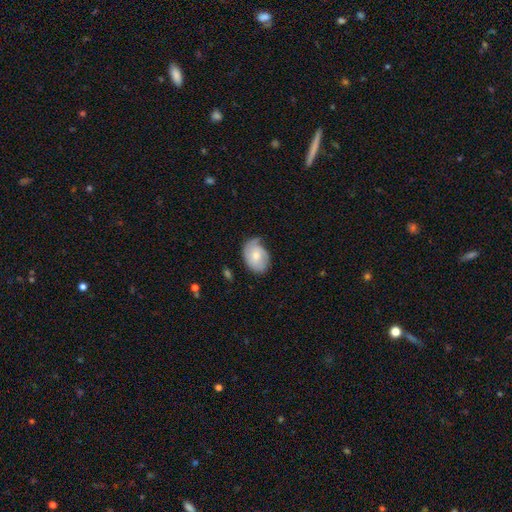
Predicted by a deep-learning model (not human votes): Overall: smooth (50%; featured or disk 44%). Merging: none (48%; minor disturbance 36%).